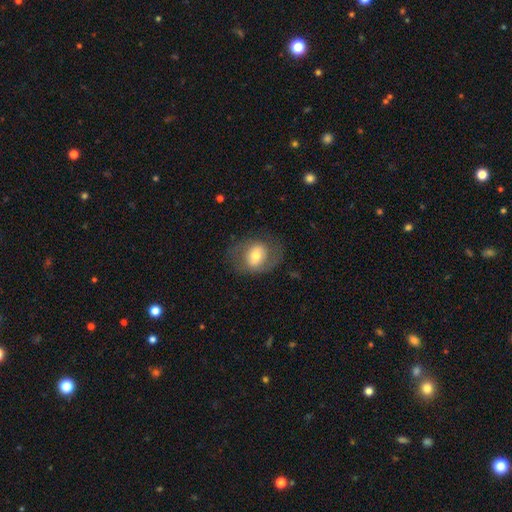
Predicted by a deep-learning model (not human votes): Morphology: type=smooth (48%); merging=none (70%).